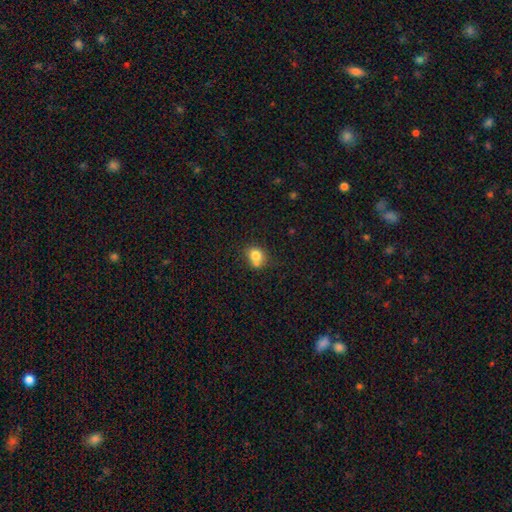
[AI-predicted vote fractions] A smooth galaxy with no disk features (78%) that is round (67%).

Vote fractions:
- Smooth or featured? smooth: 78% / featured or disk: 11% / star or artifact: 11%
- How rounded? round: 67% / in between: 32% / cigar-shaped: 1%
- Merging? none: 51% / merger: 25% / minor disturbance: 18% / major disturbance: 5%